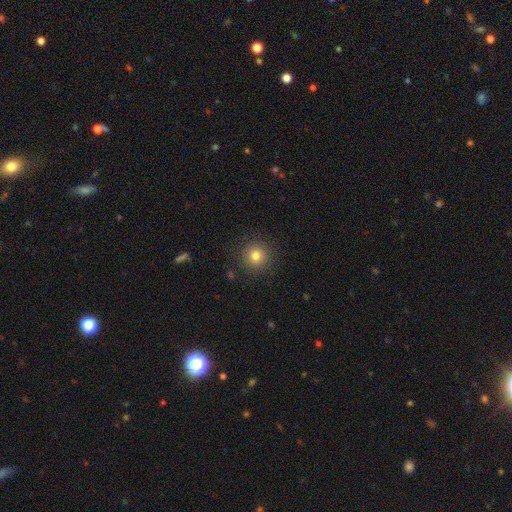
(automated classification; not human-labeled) A smooth galaxy with no disk features (79%) that is round (94%). Merging: none (89%).